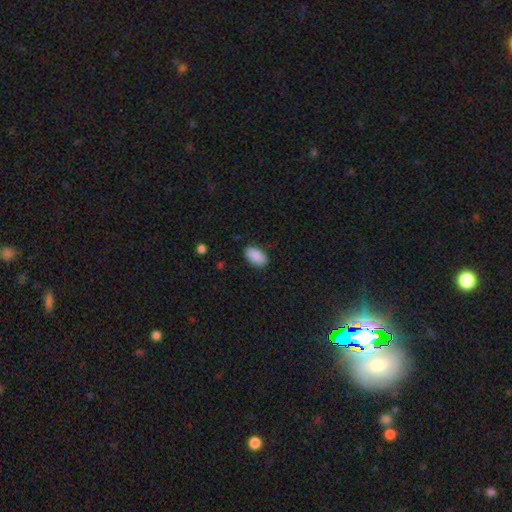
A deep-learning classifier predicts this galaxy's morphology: Overall: smooth (90%). How rounded: in between (94%). Merging: none (85%).